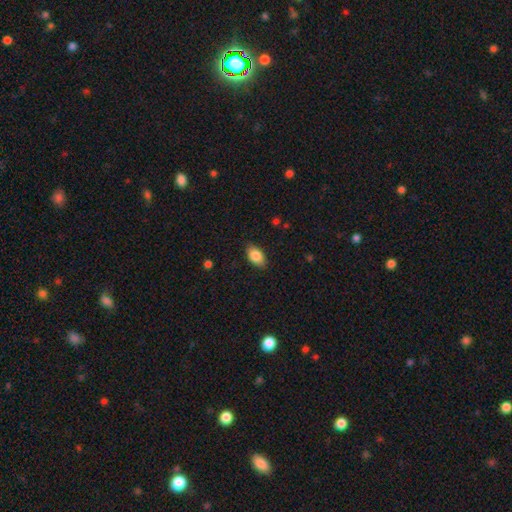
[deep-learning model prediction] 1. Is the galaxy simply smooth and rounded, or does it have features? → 86% smooth, 7% star or artifact, 7% featured or disk.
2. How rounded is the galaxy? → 92% in between, 6% round, 2% cigar-shaped.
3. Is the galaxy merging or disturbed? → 86% none, 11% minor disturbance, 2% major disturbance, 1% merger.